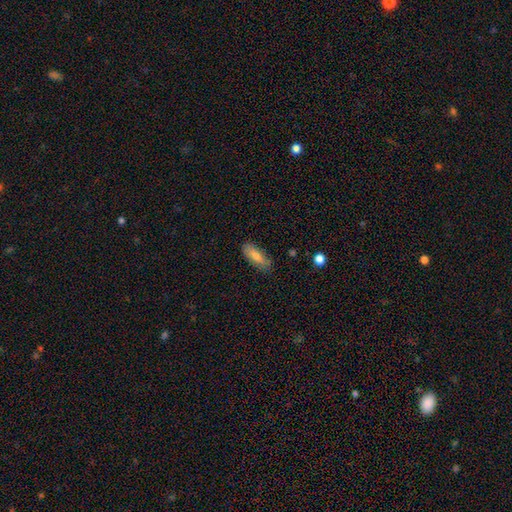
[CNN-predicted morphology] This appears to be a smooth galaxy with no disk features (73%) that is in between round and cigar-shaped (63%). Merging: none (82%).